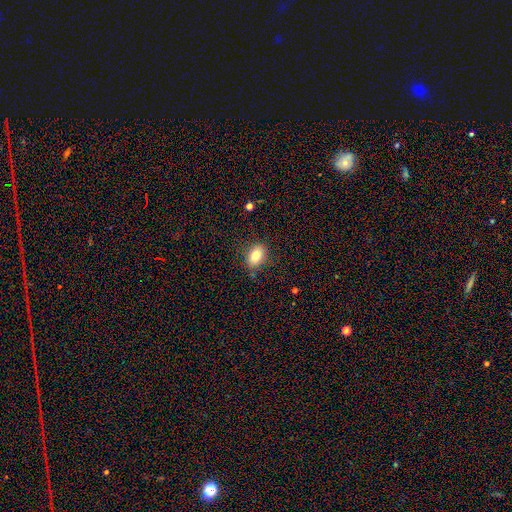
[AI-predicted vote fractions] Q: Smooth or featured?
A: smooth (81%); runner-up: featured or disk (10%)
Q: How rounded?
A: in between (82%); runner-up: round (16%)
Q: Merging?
A: none (83%); runner-up: minor disturbance (12%)